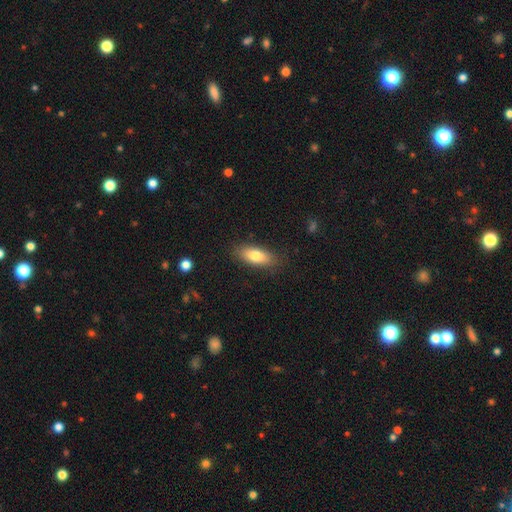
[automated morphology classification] Smooth or featured: smooth — 76% (featured or disk — 17%)
How rounded: in between — 77% (cigar-shaped — 19%)
Merging: none — 84% (minor disturbance — 12%)